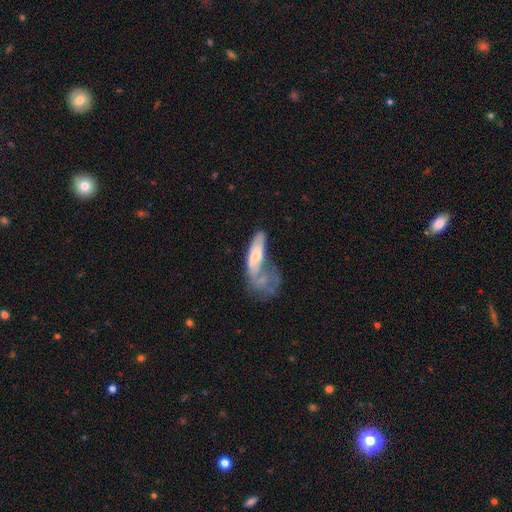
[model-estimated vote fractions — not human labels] This is possibly a smooth galaxy (57%). How rounded: possibly in between (53%). Merging: marginally major disturbance (35%).